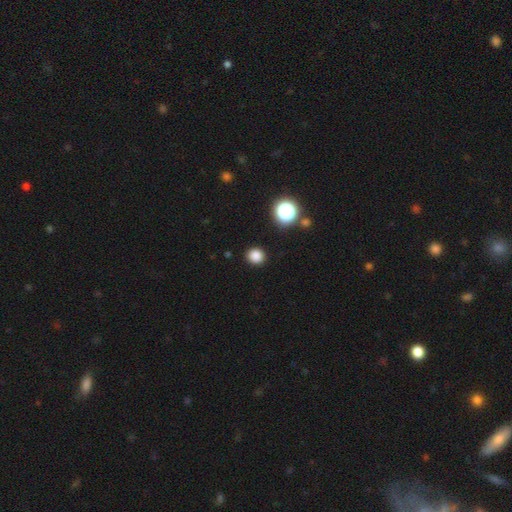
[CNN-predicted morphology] Overall: smooth (83%). How rounded: round (87%). Merging: none (91%).